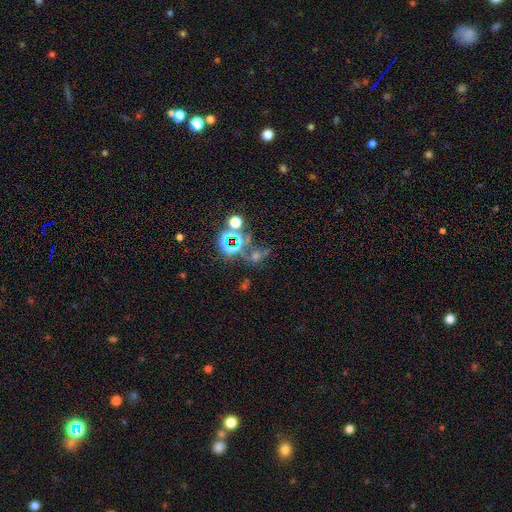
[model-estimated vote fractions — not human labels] A star or artifact, not a galaxy (70%).

Vote fractions:
- Smooth or featured? star or artifact: 70% / smooth: 17% / featured or disk: 13%